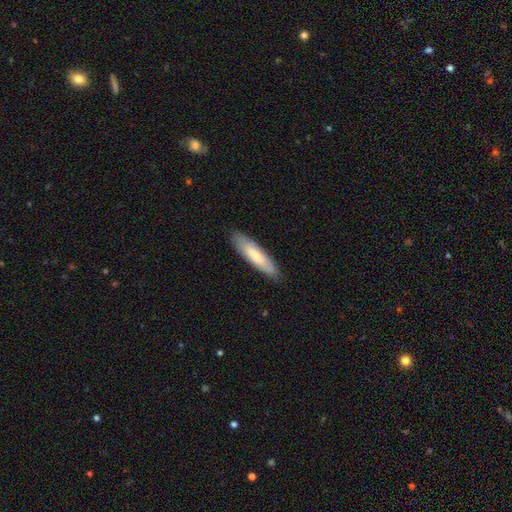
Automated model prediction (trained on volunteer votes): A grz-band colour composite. It shows a smooth galaxy with no disk features (70%) that is cigar-shaped (74%). Merging: none (86%).